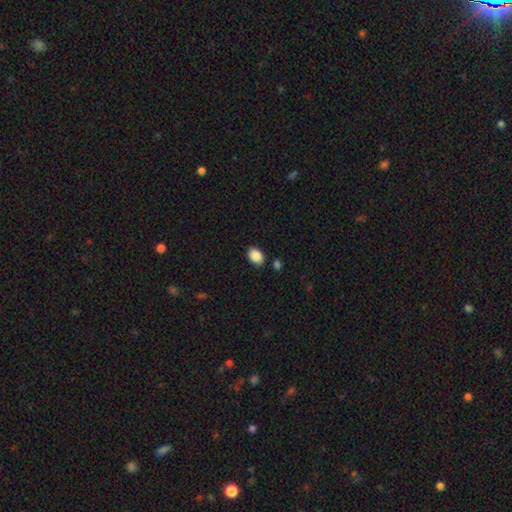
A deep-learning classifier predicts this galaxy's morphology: A smooth galaxy with no disk features (89%) that is in between round and cigar-shaped (72%).

Vote fractions:
- Smooth or featured? smooth: 89% / star or artifact: 8% / featured or disk: 3%
- How rounded? in between: 72% / round: 27% / cigar-shaped: 1%
- Merging? none: 80% / minor disturbance: 14% / merger: 4% / major disturbance: 3%